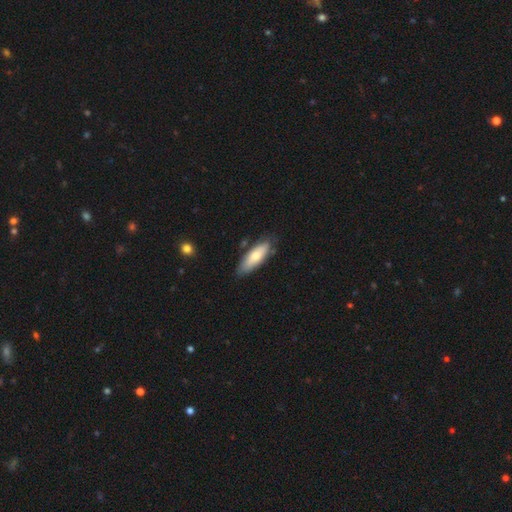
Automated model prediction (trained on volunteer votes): smooth_or_featured: smooth (p=0.69) [alt: featured or disk p=0.25]
how_rounded: in between (p=0.62) [alt: cigar-shaped p=0.36]
merging: none (p=0.78) [alt: minor disturbance p=0.17]